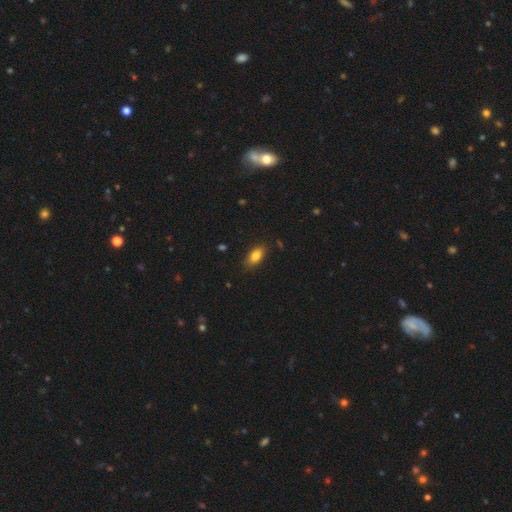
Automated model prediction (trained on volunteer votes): smooth_or_featured: smooth (p=0.84) [alt: star or artifact p=0.08]
how_rounded: in between (p=0.88) [alt: cigar-shaped p=0.06]
merging: none (p=0.83) [alt: minor disturbance p=0.13]